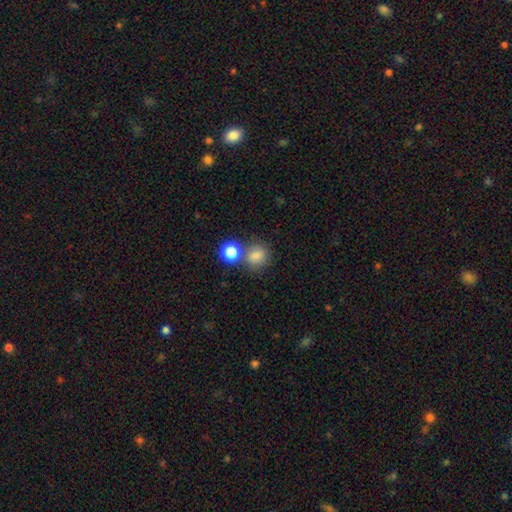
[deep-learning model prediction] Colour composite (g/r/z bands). It shows a smooth galaxy with no disk features (80%) that is round (76%). Merging: none (64%).